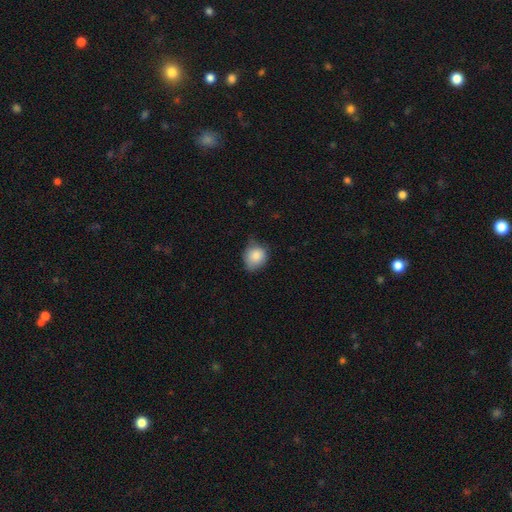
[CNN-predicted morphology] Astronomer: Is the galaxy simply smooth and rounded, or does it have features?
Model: smooth — 84%.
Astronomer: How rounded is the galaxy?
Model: round — 68%.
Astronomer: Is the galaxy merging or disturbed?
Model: none — 51% (runner-up: minor disturbance, 40%).